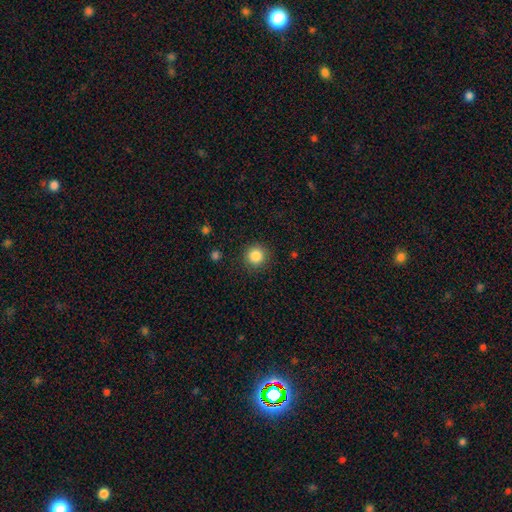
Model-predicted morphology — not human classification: Overall: smooth (86%). How rounded: round (94%). Merging: none (89%).